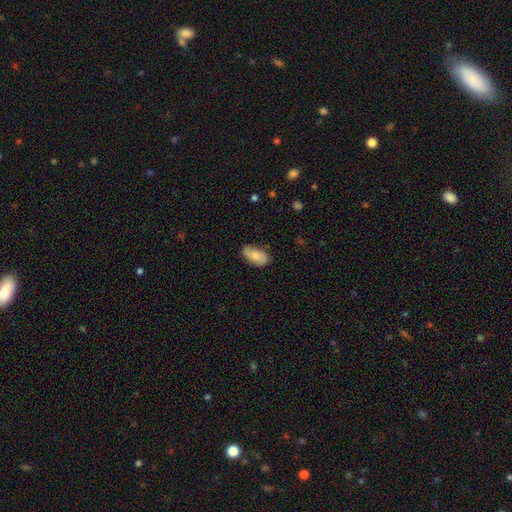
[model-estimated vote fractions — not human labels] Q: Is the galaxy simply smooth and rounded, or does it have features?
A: smooth — 76%.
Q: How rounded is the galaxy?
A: in between — 94%.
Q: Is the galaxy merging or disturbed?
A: none — 77%.